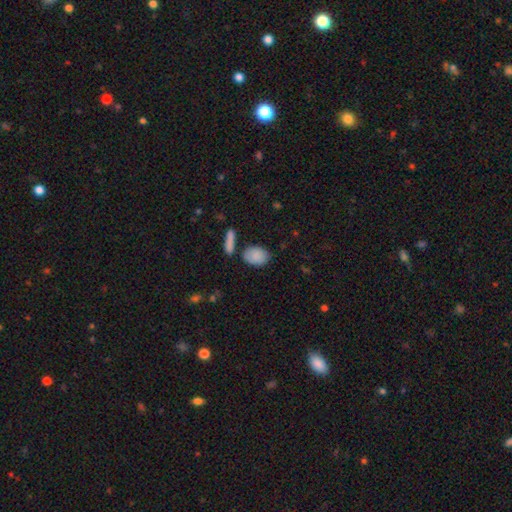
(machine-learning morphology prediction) A smooth galaxy with no disk features (86%) that is in between round and cigar-shaped (79%).

Vote fractions:
- Smooth or featured? smooth: 86% / featured or disk: 7% / star or artifact: 7%
- How rounded? in between: 79% / round: 18% / cigar-shaped: 3%
- Merging? none: 69% / minor disturbance: 16% / merger: 10% / major disturbance: 5%